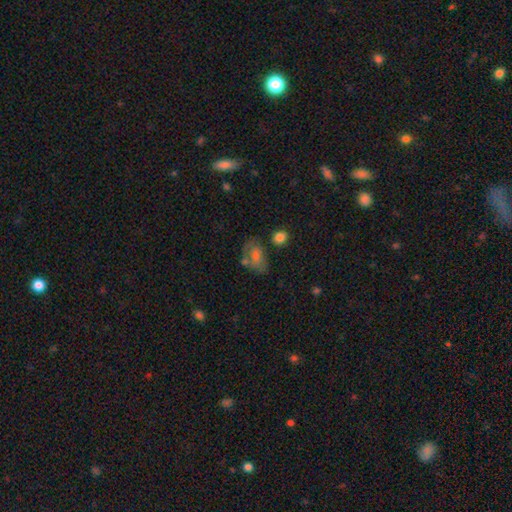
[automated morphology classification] Smooth or featured? smooth (58%)
How rounded? in between (84%)
Merging? none (51%)